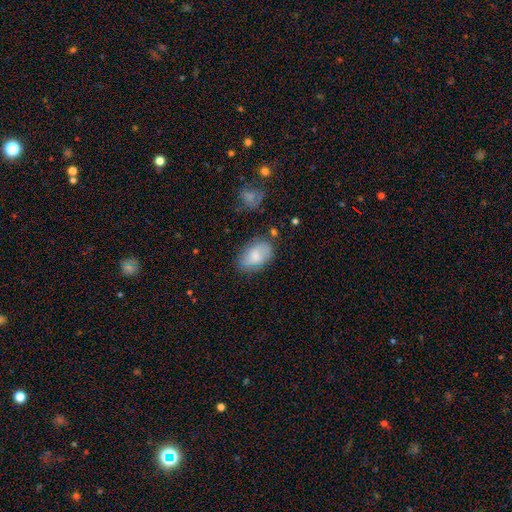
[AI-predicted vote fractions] The model was most divided on "merging": none: 67%, minor disturbance: 23%, major disturbance: 6%, merger: 4%. More confident: how rounded — in between (88%); smooth or featured — smooth (71%).